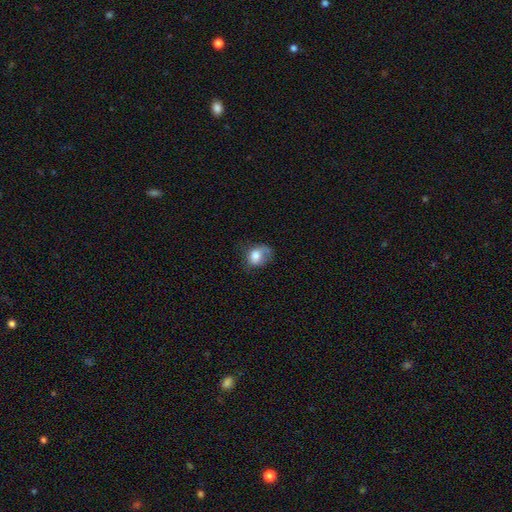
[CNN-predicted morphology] Smooth or featured? Predicted: smooth (p=0.75). How rounded? Predicted: in between (p=0.53). Merging? Predicted: none (p=0.37).